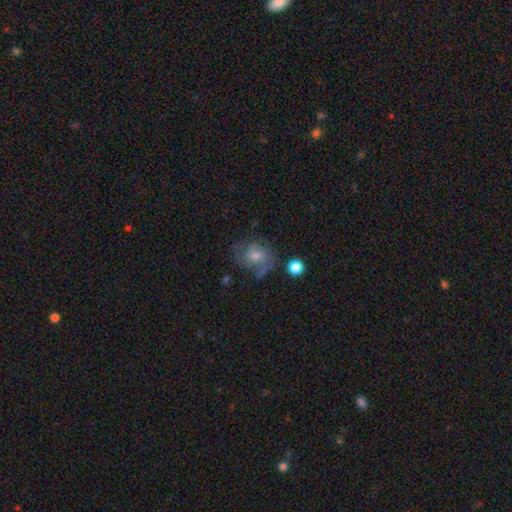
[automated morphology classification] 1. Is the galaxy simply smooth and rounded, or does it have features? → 64% featured or disk, 25% smooth, 11% star or artifact.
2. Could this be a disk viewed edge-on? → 97% no, 3% yes.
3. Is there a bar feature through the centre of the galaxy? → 62% no, 33% weak, 5% strong.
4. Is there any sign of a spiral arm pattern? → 86% yes, 14% no.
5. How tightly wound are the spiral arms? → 44% medium, 38% tight, 18% loose.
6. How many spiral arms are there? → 43% 2, 29% can't tell, 15% 3, 6% 1, 4% 4, 3% more than 4.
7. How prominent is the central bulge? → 50% moderate, 41% small, 4% large, 4% none, 1% dominant.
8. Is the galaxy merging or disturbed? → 61% none, 21% minor disturbance, 13% major disturbance, 4% merger.